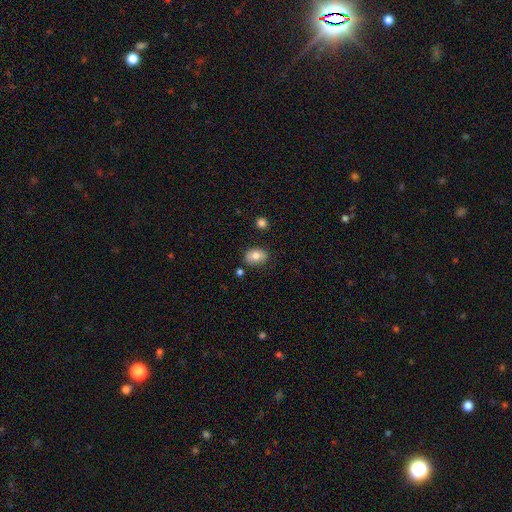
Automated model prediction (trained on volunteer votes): The model was most divided on "how rounded": in between: 68%, round: 31%, cigar-shaped: 1%. More confident: merging — none (81%); smooth or featured — smooth (79%).